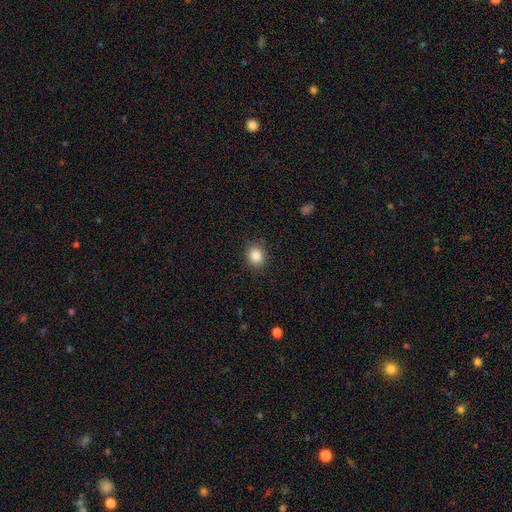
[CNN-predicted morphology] A smooth galaxy with no disk features (85%) that is round (68%).

Vote fractions:
- Smooth or featured? smooth: 85% / star or artifact: 10% / featured or disk: 5%
- How rounded? round: 68% / in between: 31% / cigar-shaped: 1%
- Merging? none: 89% / minor disturbance: 8% / major disturbance: 2% / merger: 1%